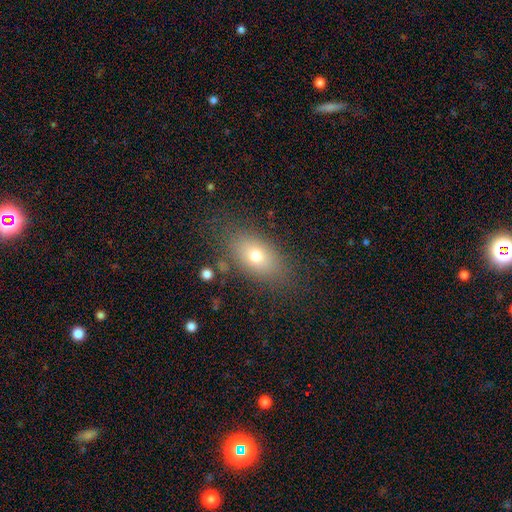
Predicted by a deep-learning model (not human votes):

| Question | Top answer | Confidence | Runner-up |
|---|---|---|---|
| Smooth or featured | smooth | 72% | featured or disk (16%) |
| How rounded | in between | 84% | round (11%) |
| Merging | none | 80% | minor disturbance (13%) |